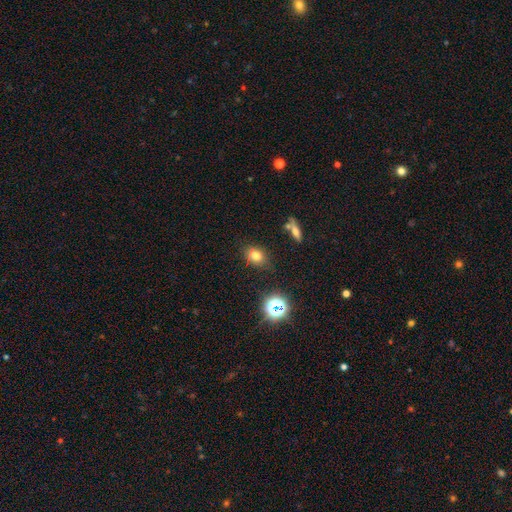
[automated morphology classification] type=smooth (72%); roundness=in between (53%); merging=none (77%).